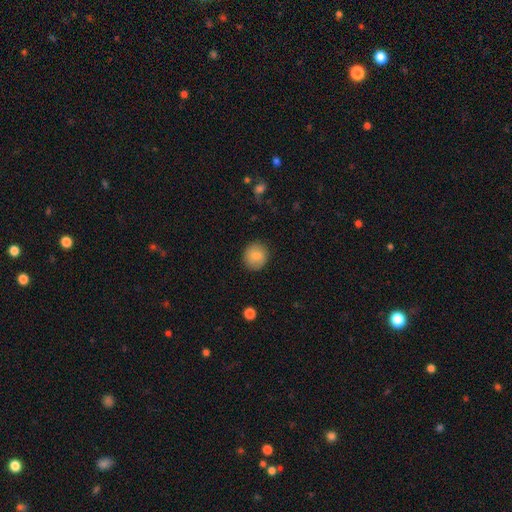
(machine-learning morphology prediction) Smooth or featured? Predicted: smooth (p=0.82). How rounded? Predicted: round (p=0.87). Merging? Predicted: none (p=0.88).